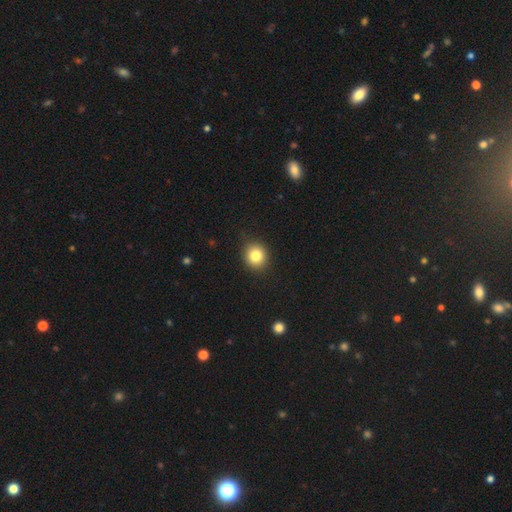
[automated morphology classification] A smooth galaxy with no disk features (83%) that is round (83%). Merging: none (89%).